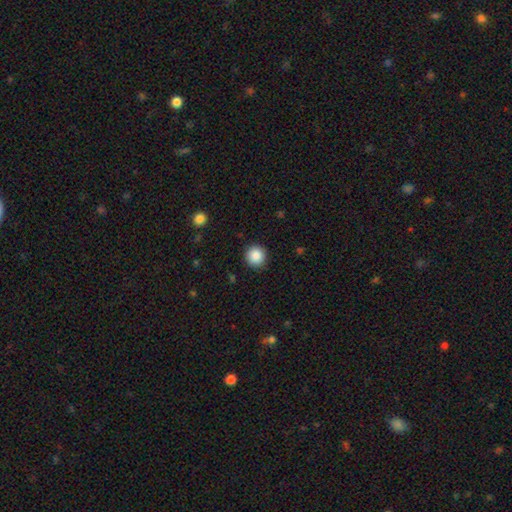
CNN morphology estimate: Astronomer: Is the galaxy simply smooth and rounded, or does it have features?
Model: smooth — 87%.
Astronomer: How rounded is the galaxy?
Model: round — 95%.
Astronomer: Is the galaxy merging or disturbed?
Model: none — 92%.